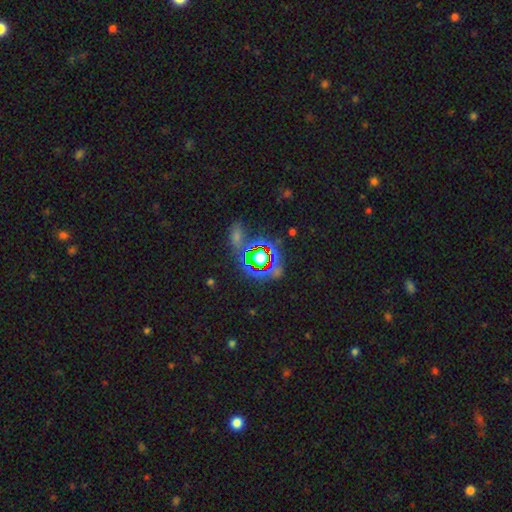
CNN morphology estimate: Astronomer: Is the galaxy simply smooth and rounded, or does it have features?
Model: star or artifact — 71%.